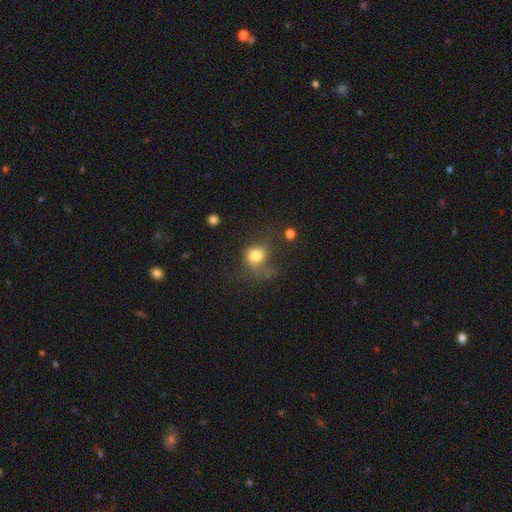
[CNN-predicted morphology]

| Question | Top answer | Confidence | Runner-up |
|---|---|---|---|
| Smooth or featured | smooth | 76% | star or artifact (13%) |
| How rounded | round | 73% | in between (26%) |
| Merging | none | 43% | major disturbance (27%) |